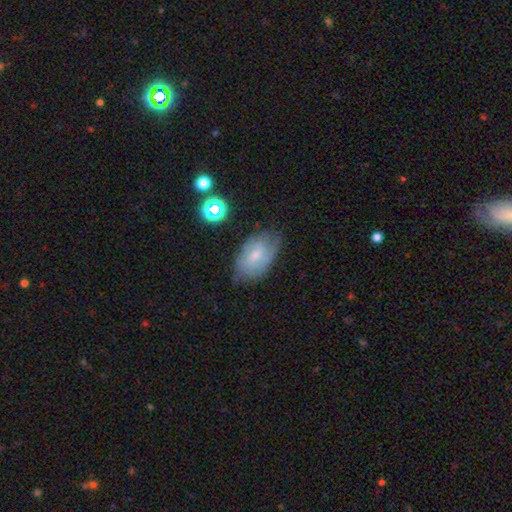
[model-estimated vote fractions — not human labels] smooth 47%, featured or disk 44%, star or artifact 9%. Down the decision tree: merging — none (65%).